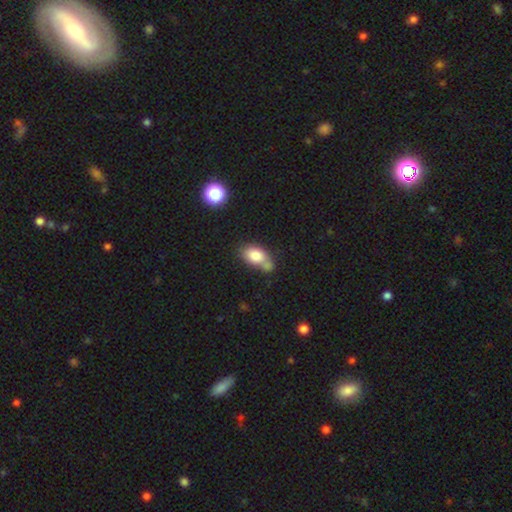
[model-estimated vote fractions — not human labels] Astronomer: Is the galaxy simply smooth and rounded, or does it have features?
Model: smooth — 79%.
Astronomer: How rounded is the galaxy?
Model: in between — 85%.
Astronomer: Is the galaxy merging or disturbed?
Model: none — 41% (runner-up: merger, 32%).